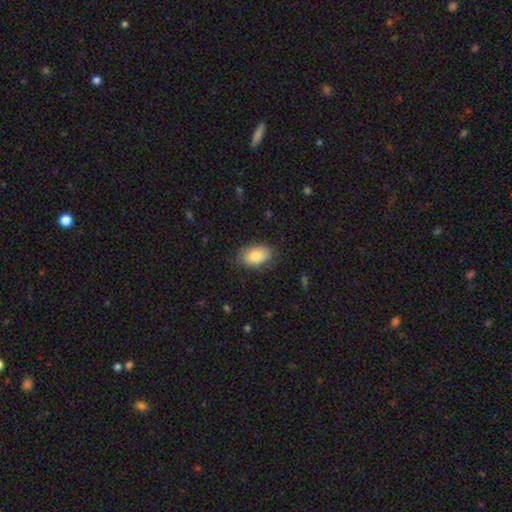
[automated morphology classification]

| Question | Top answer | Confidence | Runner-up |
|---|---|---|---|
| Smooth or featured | smooth | 79% | featured or disk (14%) |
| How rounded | in between | 89% | round (10%) |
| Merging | none | 77% | minor disturbance (17%) |